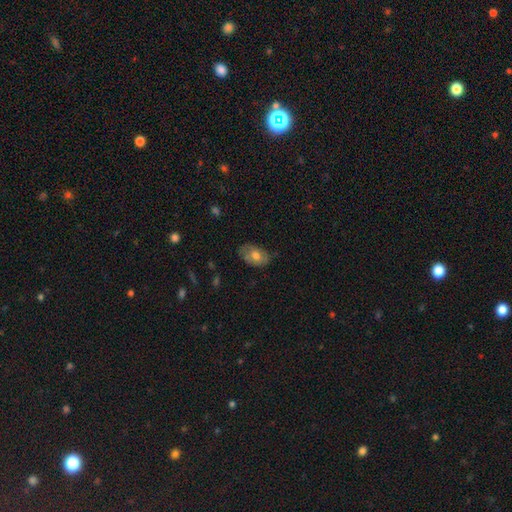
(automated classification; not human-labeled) Q: Smooth or featured?
A: smooth (63%); runner-up: featured or disk (30%)
Q: How rounded?
A: in between (89%); runner-up: round (10%)
Q: Merging?
A: none (66%); runner-up: minor disturbance (26%)